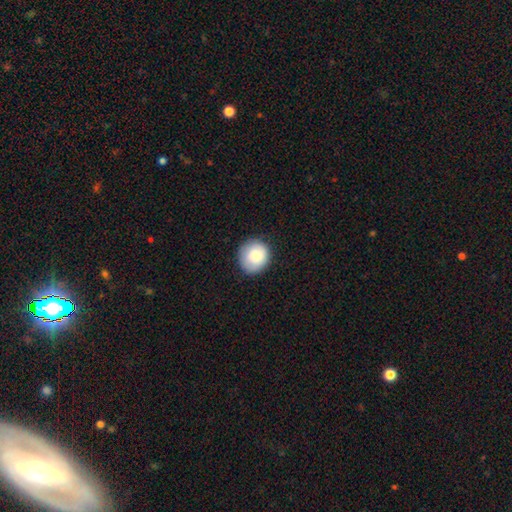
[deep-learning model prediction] Morphology: type=smooth (86%); roundness=round (88%); merging=none (84%).